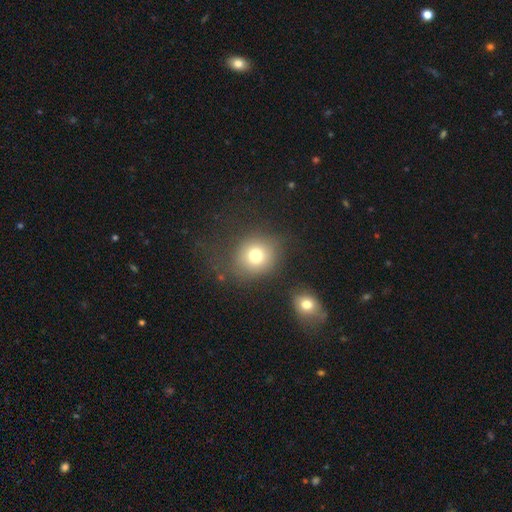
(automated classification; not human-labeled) This is likely a smooth galaxy (75%). How rounded: clearly round (81%). Merging: likely none (71%).